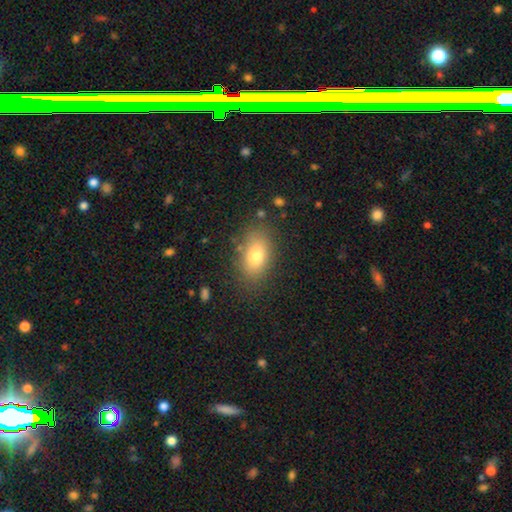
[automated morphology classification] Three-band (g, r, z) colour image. It shows a smooth galaxy with no disk features (76%) that is in between round and cigar-shaped (85%). Merging: none (82%).